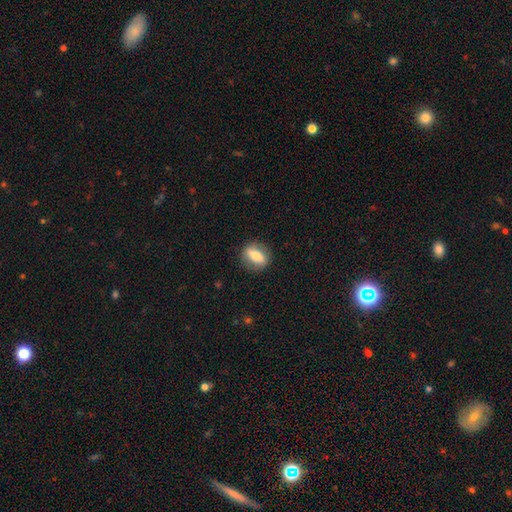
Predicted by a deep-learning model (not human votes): Smooth or featured? Predicted: smooth (p=0.64). How rounded? Predicted: in between (p=0.62). Merging? Predicted: none (p=0.84).